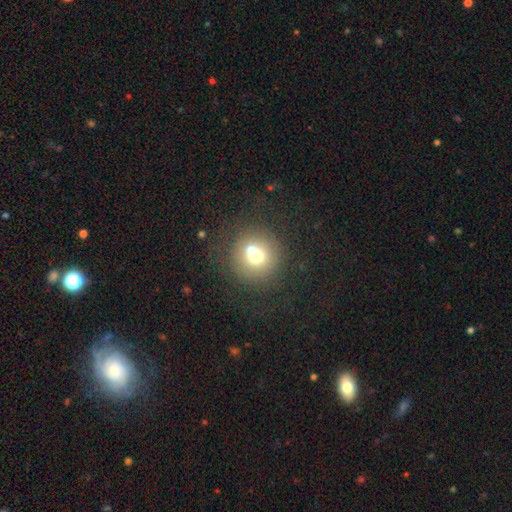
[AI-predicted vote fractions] The model was most divided on "merging": none: 57%, merger: 30%, minor disturbance: 8%, major disturbance: 5%. More confident: how rounded — round (94%); smooth or featured — smooth (66%).